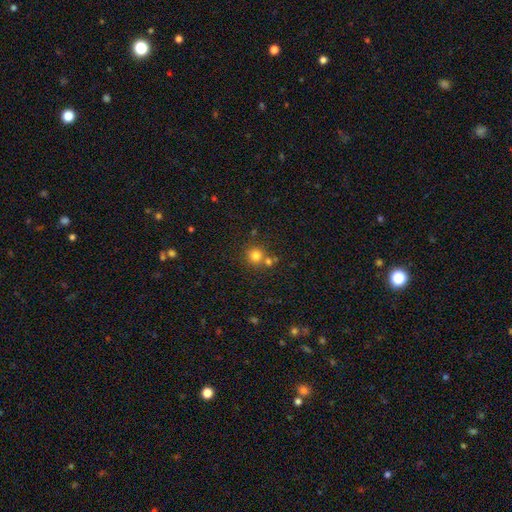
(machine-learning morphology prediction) smooth-or-featured: smooth: 79% | star or artifact: 14% | featured or disk: 7%
  how-rounded: round: 91% | in between: 8% | cigar-shaped: 1%
  merging: none: 68% | merger: 22% | minor disturbance: 8% | major disturbance: 3%